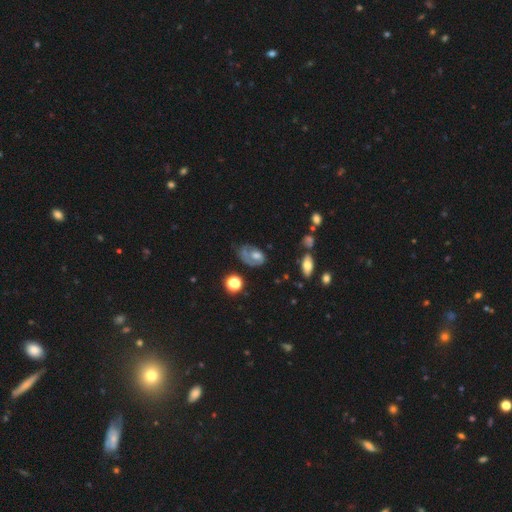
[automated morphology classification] A featured or disk galaxy (48%). Merging: none (39%).